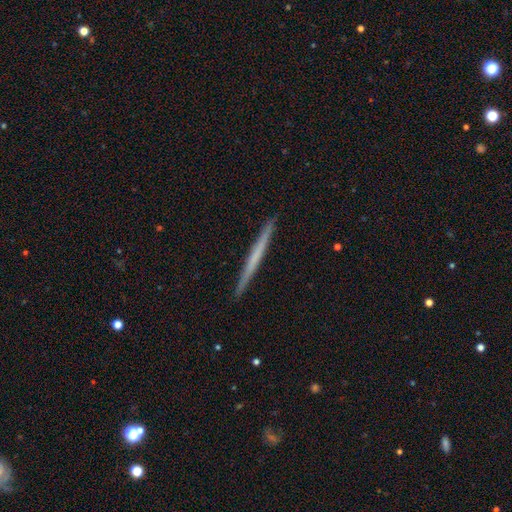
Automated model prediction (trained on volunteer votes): Smooth or featured?
  - featured or disk: 50% *
  - smooth: 45%
  - star or artifact: 6%
Merging?
  - none: 93% *
  - minor disturbance: 5%
  - major disturbance: 1%
  - merger: 1%